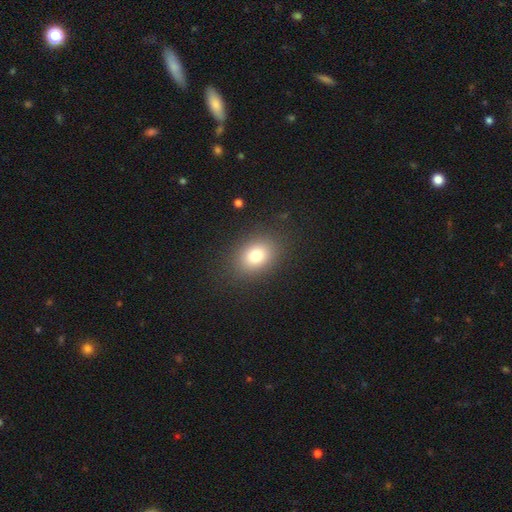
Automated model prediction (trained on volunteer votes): This is likely a smooth galaxy (77%). How rounded: possibly in between (59%). Merging: clearly none (86%).